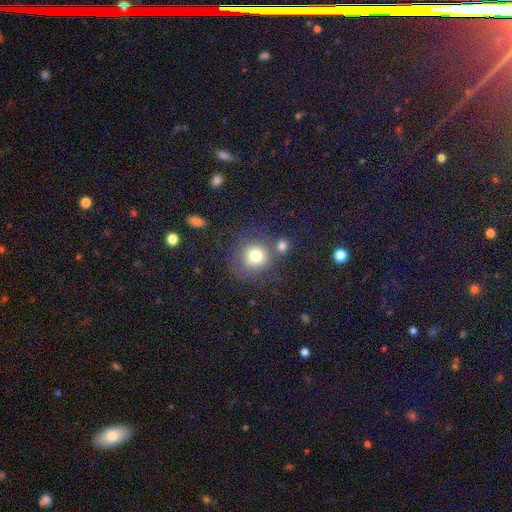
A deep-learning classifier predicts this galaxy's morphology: Smooth or featured: smooth — 76% (star or artifact — 12%)
How rounded: round — 86% (in between — 13%)
Merging: none — 60% (merger — 20%)